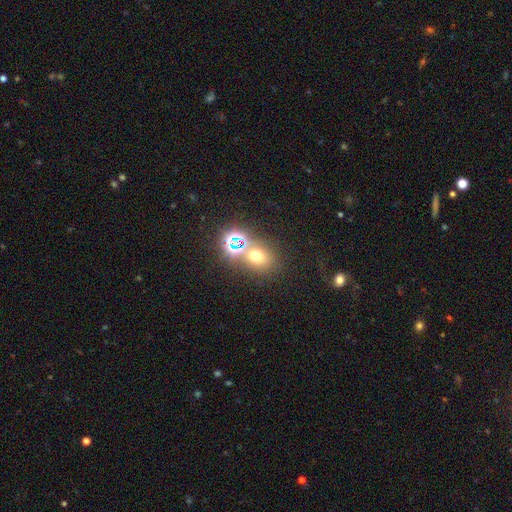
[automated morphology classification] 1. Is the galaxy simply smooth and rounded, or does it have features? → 56% smooth, 33% star or artifact, 10% featured or disk.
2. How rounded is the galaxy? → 64% round, 35% in between, 1% cigar-shaped.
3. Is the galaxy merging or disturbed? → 63% none, 23% merger, 9% minor disturbance, 5% major disturbance.